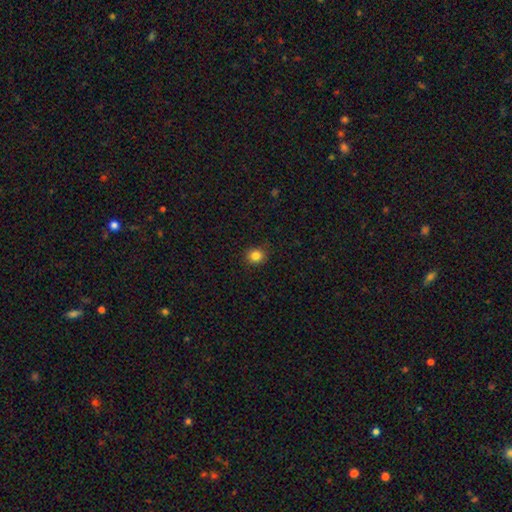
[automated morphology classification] Smooth or featured?
  - smooth: 84% *
  - star or artifact: 11%
  - featured or disk: 4%
How rounded?
  - round: 80% *
  - in between: 19%
  - cigar-shaped: 1%
Merging?
  - none: 89% *
  - minor disturbance: 8%
  - major disturbance: 2%
  - merger: 1%